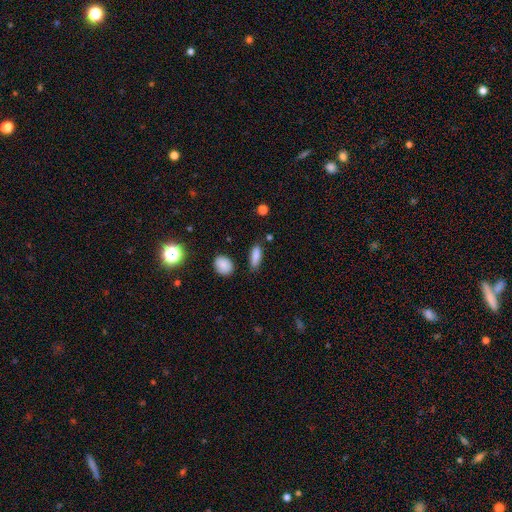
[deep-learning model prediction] Overall: smooth (86%). How rounded: in between (57%; cigar-shaped 40%). Merging: none (80%).